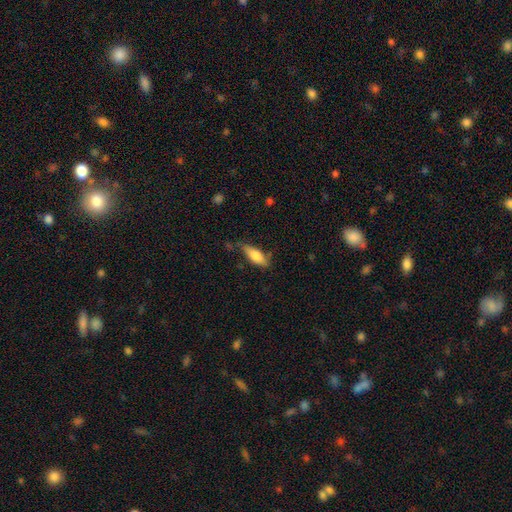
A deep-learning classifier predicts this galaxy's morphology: type=smooth (76%); roundness=in between (68%); merging=none (63%).